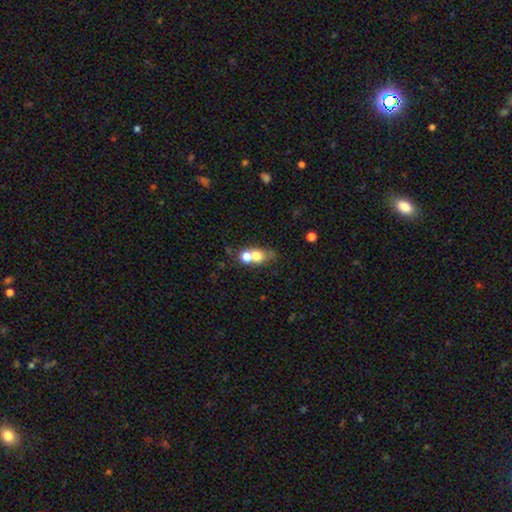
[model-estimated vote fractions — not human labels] smooth-or-featured: smooth: 67% | featured or disk: 20% | star or artifact: 13%
  how-rounded: round: 55% | in between: 42% | cigar-shaped: 3%
  merging: merger: 55% | none: 32% | minor disturbance: 8% | major disturbance: 5%